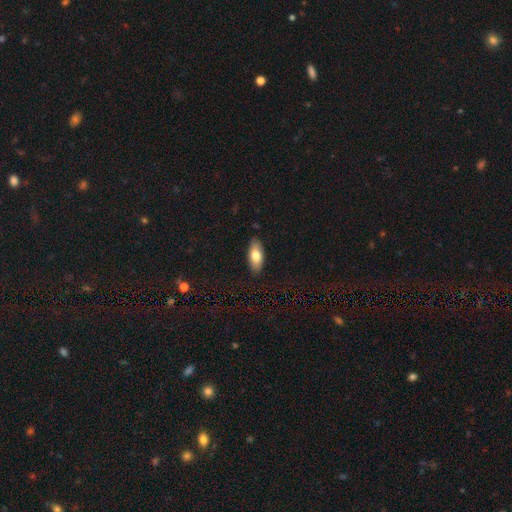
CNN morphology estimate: smooth-or-featured: smooth: 76% | featured or disk: 18% | star or artifact: 6%
  how-rounded: in between: 84% | cigar-shaped: 13% | round: 2%
  merging: none: 87% | minor disturbance: 10% | major disturbance: 2% | merger: 1%